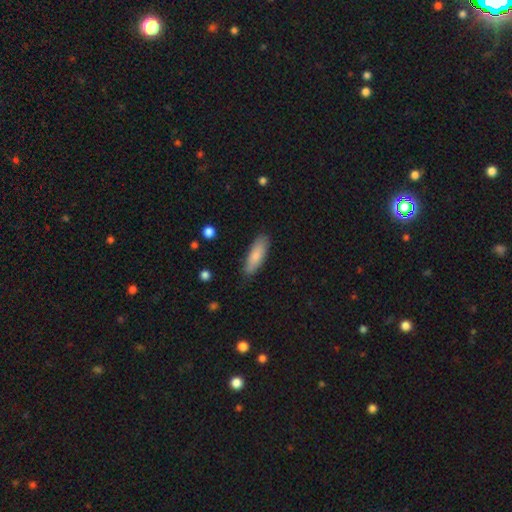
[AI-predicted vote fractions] Overall: smooth (80%). How rounded: in between (51%; cigar-shaped 47%). Merging: none (84%).